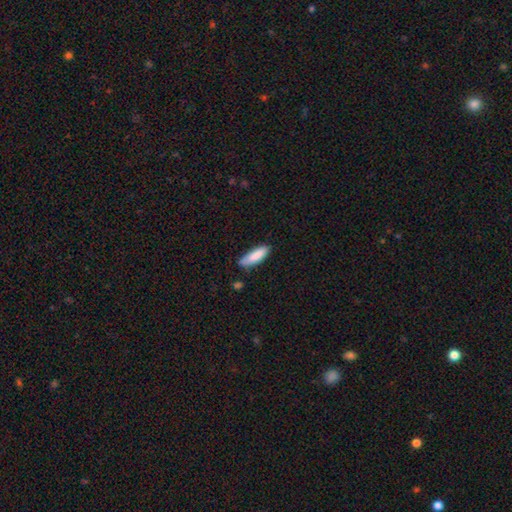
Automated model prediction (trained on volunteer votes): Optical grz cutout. It shows a smooth galaxy with no disk features (85%) that is in between round and cigar-shaped (50%). Merging: none (74%).